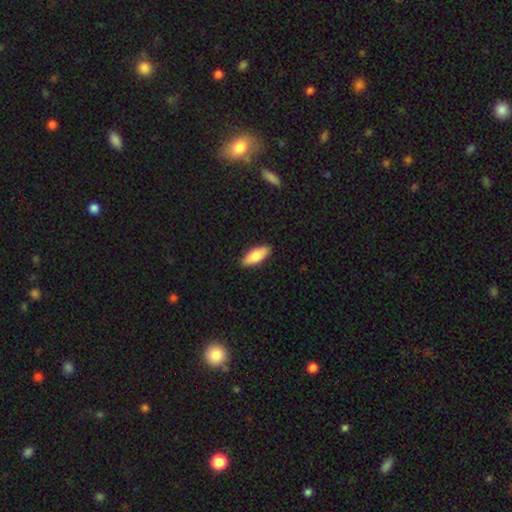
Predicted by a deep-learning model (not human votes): smooth_or_featured: smooth (p=0.76) [alt: featured or disk p=0.18]
how_rounded: in between (p=0.74) [alt: cigar-shaped p=0.24]
merging: none (p=0.90) [alt: minor disturbance p=0.07]